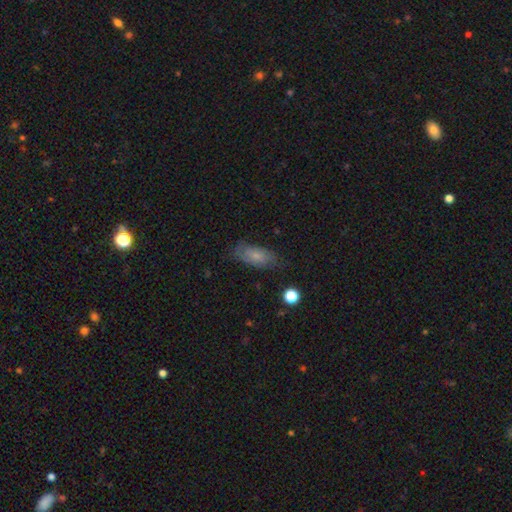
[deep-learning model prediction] Morphology: type=smooth (71%); roundness=in between (85%); merging=none (70%).